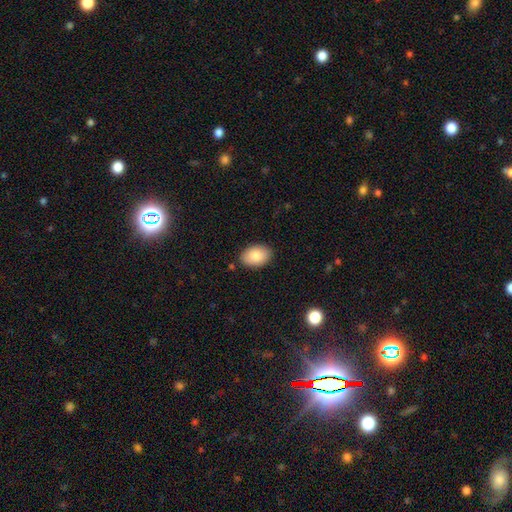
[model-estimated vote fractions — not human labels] smooth 85%, featured or disk 8%, star or artifact 7%. Down the decision tree: how rounded — in between (87%); merging — none (87%).